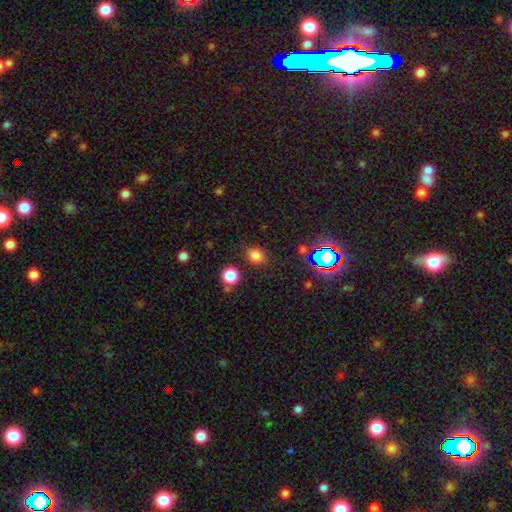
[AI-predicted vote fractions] Smooth or featured? smooth (77%)
How rounded? round (52%)
Merging? none (81%)